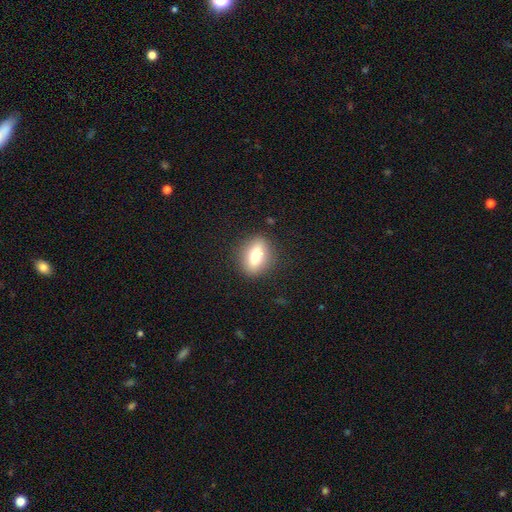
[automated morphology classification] This is likely a smooth galaxy (72%). How rounded: likely in between (67%). Merging: clearly none (87%).